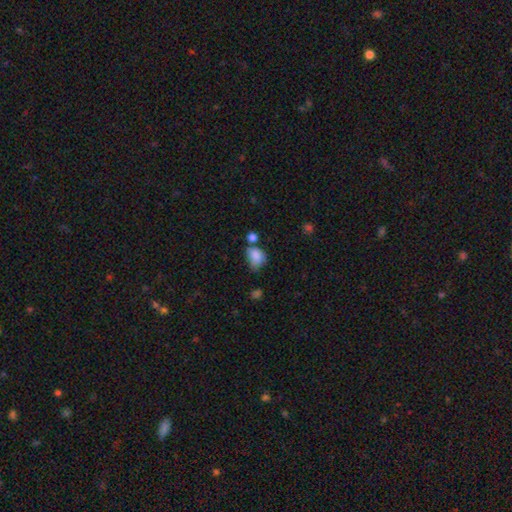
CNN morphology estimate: Smooth or featured? smooth (82%)
How rounded? in between (59%)
Merging? none (37%)